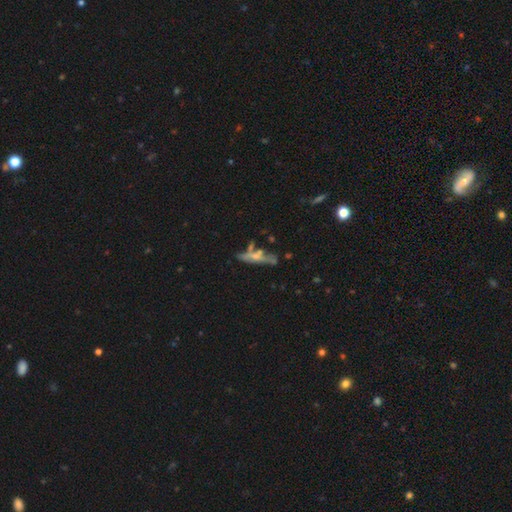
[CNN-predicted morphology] This appears to be a featured or disk galaxy (50%). Merging: none (51%).